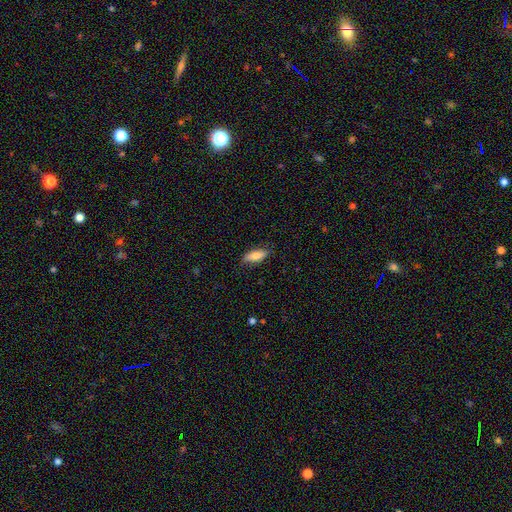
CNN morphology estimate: Q: Smooth or featured?
A: smooth (78%); runner-up: featured or disk (16%)
Q: How rounded?
A: in between (69%); runner-up: cigar-shaped (28%)
Q: Merging?
A: none (82%); runner-up: minor disturbance (14%)